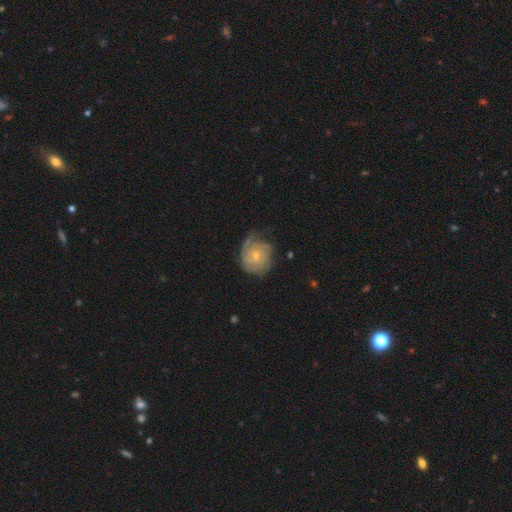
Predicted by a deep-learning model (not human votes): featured or disk 76%, smooth 18%, star or artifact 6%. Down the decision tree: edge-on disk — no (98%); bar — no (68%); spiral arms — yes (92%); spiral arm count — can't tell (41%); spiral winding — tight (69%); bulge size — small (54%); merging — none (60%).